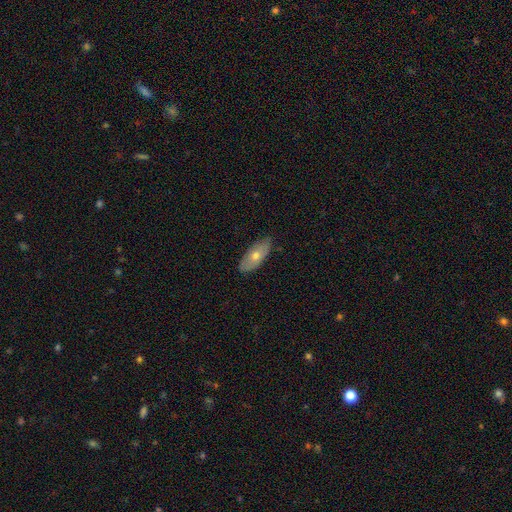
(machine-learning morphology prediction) Smooth or featured?
  - smooth: 57% *
  - featured or disk: 37%
  - star or artifact: 7%
How rounded?
  - in between: 77% *
  - cigar-shaped: 20%
  - round: 3%
Merging?
  - none: 84% *
  - minor disturbance: 13%
  - major disturbance: 2%
  - merger: 1%